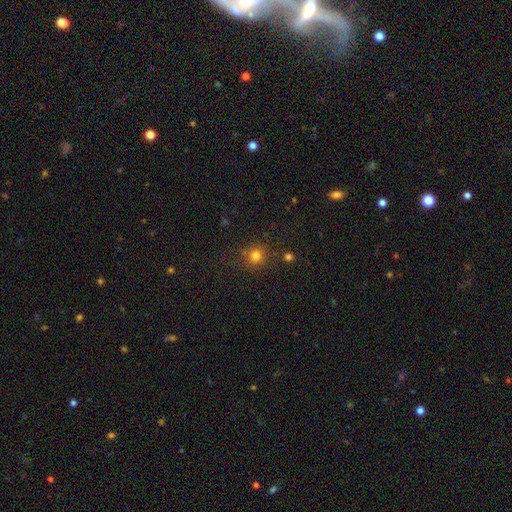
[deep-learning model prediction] smooth_or_featured: smooth (p=0.78) [alt: star or artifact p=0.16]
how_rounded: round (p=0.90) [alt: in between p=0.09]
merging: none (p=0.78) [alt: minor disturbance p=0.11]